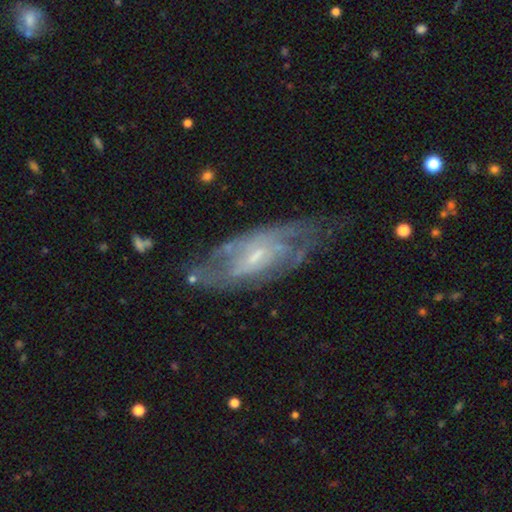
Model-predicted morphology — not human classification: smooth_or_featured: featured or disk (p=0.77) [alt: smooth p=0.16]
disk_edge_on: no (p=0.87) [alt: yes p=0.13]
bar: weak (p=0.48) [alt: no p=0.40]
has_spiral_arms: yes (p=0.79) [alt: no p=0.21]
spiral_winding: tight (p=0.44) [alt: medium p=0.40]
spiral_arm_count: can't tell (p=0.50) [alt: 2 p=0.30]
bulge_size: small (p=0.63) [alt: moderate p=0.27]
merging: none (p=0.64) [alt: minor disturbance p=0.23]